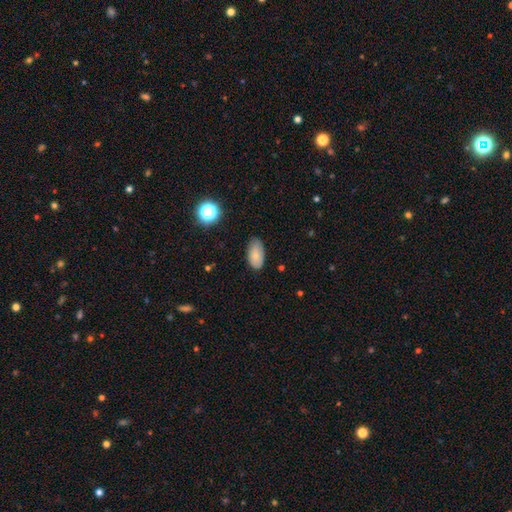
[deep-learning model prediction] Q: Smooth or featured?
A: smooth (80%); runner-up: featured or disk (12%)
Q: How rounded?
A: in between (94%); runner-up: round (4%)
Q: Merging?
A: none (77%); runner-up: minor disturbance (18%)